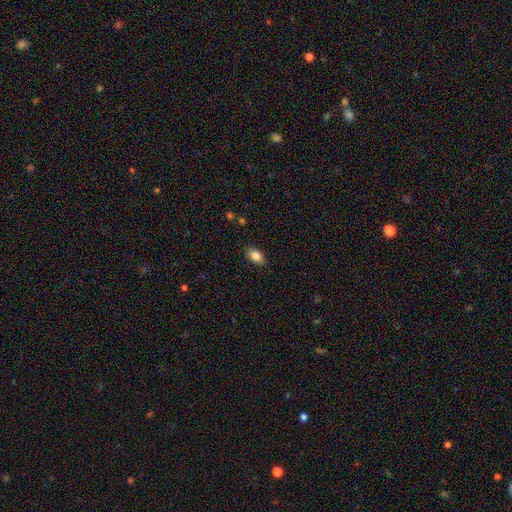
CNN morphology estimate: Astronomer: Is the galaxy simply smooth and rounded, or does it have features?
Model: smooth — 86%.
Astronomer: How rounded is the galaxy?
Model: in between — 89%.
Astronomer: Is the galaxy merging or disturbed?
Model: none — 86%.